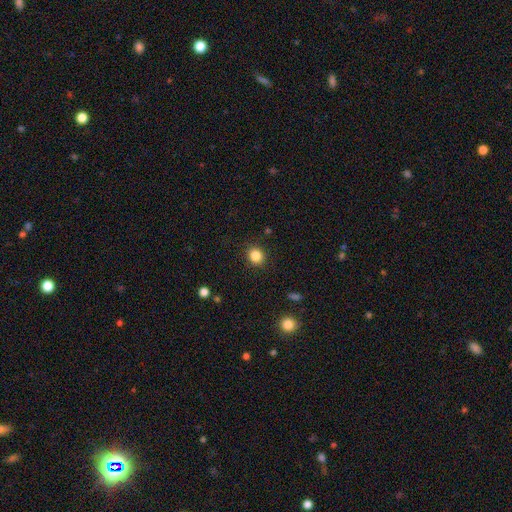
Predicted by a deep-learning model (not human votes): smooth 85%, star or artifact 11%, featured or disk 4%. Down the decision tree: how rounded — round (80%); merging — none (89%).